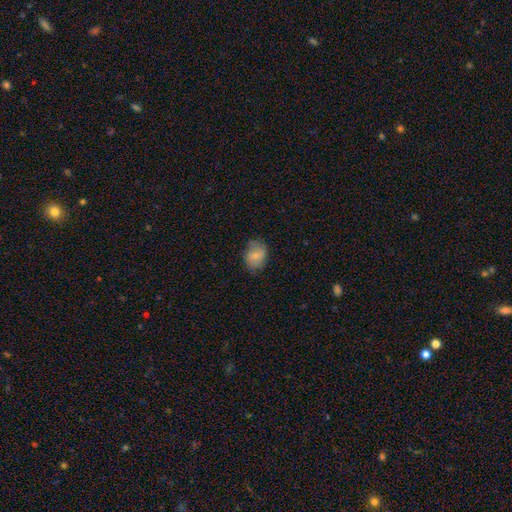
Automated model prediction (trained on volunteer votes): Smooth or featured?
  - smooth: 78% *
  - featured or disk: 14%
  - star or artifact: 8%
How rounded?
  - in between: 65% *
  - round: 34%
  - cigar-shaped: 1%
Merging?
  - none: 72% *
  - minor disturbance: 21%
  - major disturbance: 6%
  - merger: 1%